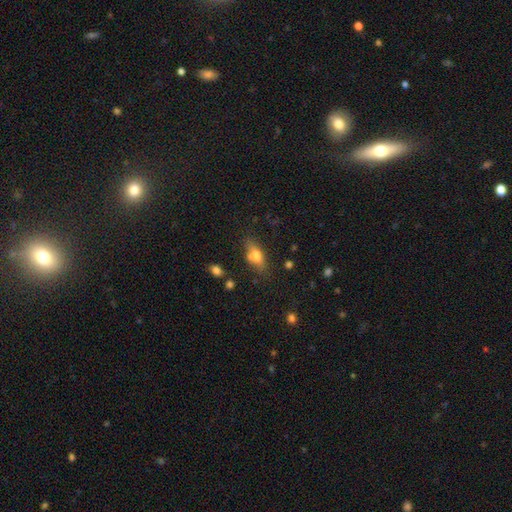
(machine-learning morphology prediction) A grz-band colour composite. It shows a smooth galaxy with no disk features (64%) that is in between round and cigar-shaped (73%). Merging: none (64%).